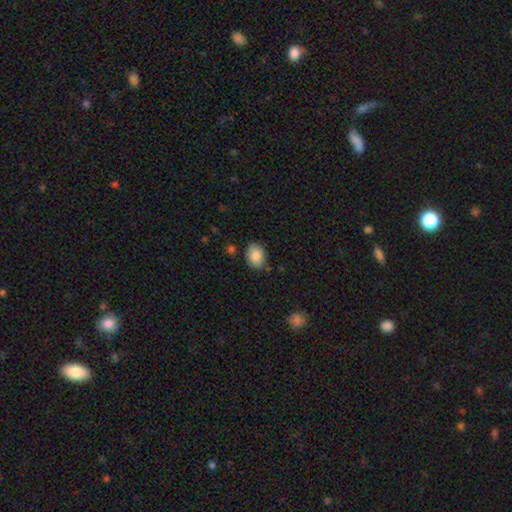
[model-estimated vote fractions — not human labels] Smooth or featured: smooth — 86% (star or artifact — 8%)
How rounded: in between — 64% (round — 35%)
Merging: none — 77% (minor disturbance — 16%)